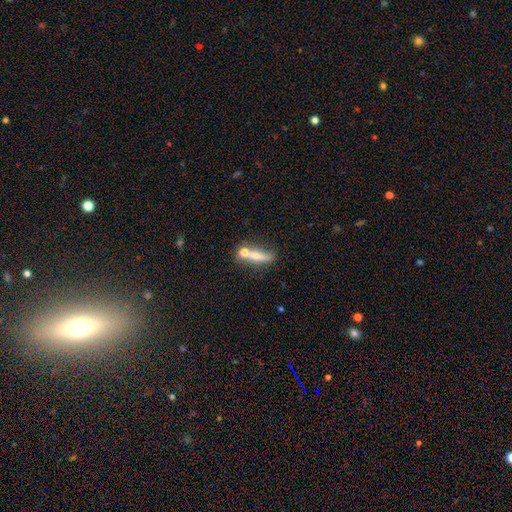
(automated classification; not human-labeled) smooth 67%, featured or disk 23%, star or artifact 10%. Down the decision tree: how rounded — cigar-shaped (53%); merging — none (43%).